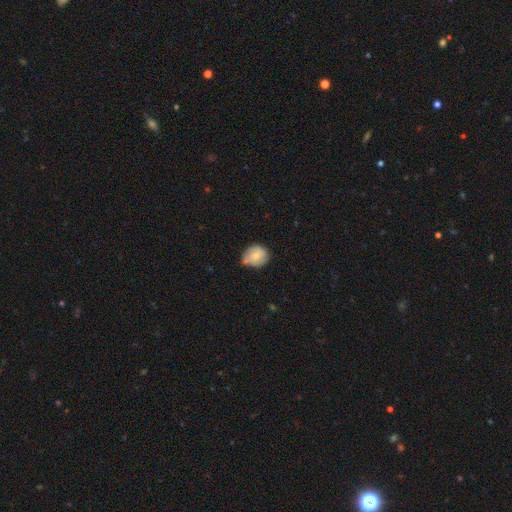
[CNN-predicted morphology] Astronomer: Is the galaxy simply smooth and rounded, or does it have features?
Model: smooth — 73%.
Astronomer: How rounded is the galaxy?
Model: round — 68%.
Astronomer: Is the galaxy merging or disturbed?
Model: none — 51% (runner-up: minor disturbance, 36%).